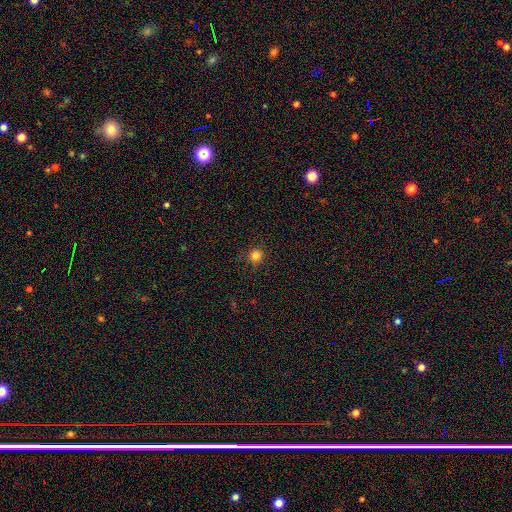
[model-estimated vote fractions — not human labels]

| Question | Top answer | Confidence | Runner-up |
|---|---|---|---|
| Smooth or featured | smooth | 83% | star or artifact (13%) |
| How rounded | round | 91% | in between (9%) |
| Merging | none | 88% | minor disturbance (8%) |